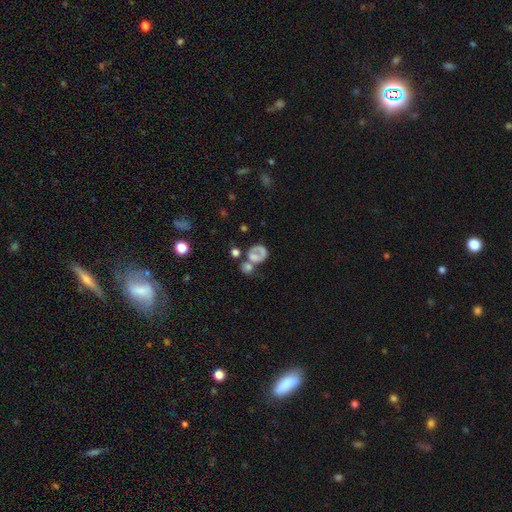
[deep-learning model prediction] Smooth or featured: smooth — 53% (featured or disk — 34%)
How rounded: round — 52% (in between — 47%)
Merging: merger — 39% (none — 31%)